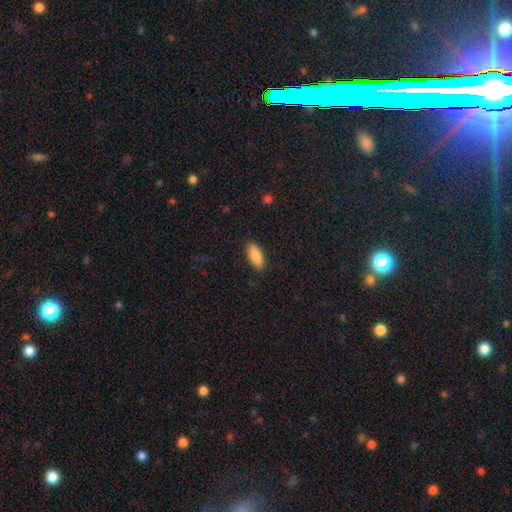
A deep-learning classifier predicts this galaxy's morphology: Q: Smooth or featured?
A: smooth (87%); runner-up: featured or disk (7%)
Q: How rounded?
A: in between (83%); runner-up: cigar-shaped (15%)
Q: Merging?
A: none (87%); runner-up: minor disturbance (9%)